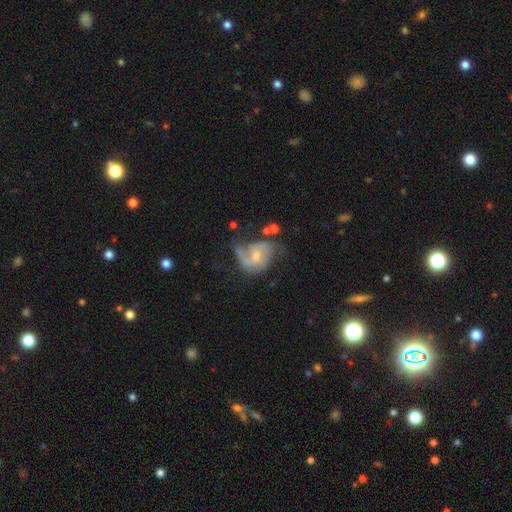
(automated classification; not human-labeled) Smooth or featured?
  - featured or disk: 75% *
  - smooth: 18%
  - star or artifact: 7%
Edge-on disk?
  - no: 97% *
  - yes: 3%
Bar?
  - weak: 47% *
  - no: 42%
  - strong: 11%
Spiral arms?
  - yes: 89% *
  - no: 11%
Spiral winding?
  - medium: 45% *
  - loose: 35%
  - tight: 20%
Spiral arm count?
  - 2: 59% *
  - 1: 21%
  - can't tell: 12%
  - 3: 5%
  - 4: 1%
  - more than 4: 1%
Bulge size?
  - moderate: 46% *
  - small: 44%
  - none: 6%
  - large: 3%
  - dominant: 1%
Merging?
  - none: 42% *
  - minor disturbance: 26%
  - major disturbance: 25%
  - merger: 7%